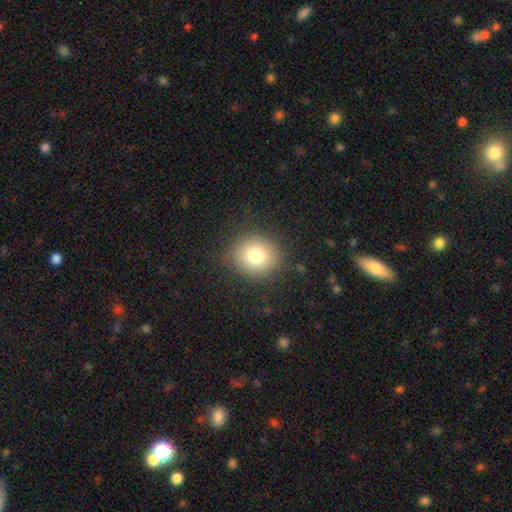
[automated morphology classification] type=smooth (77%); roundness=round (81%); merging=none (85%).